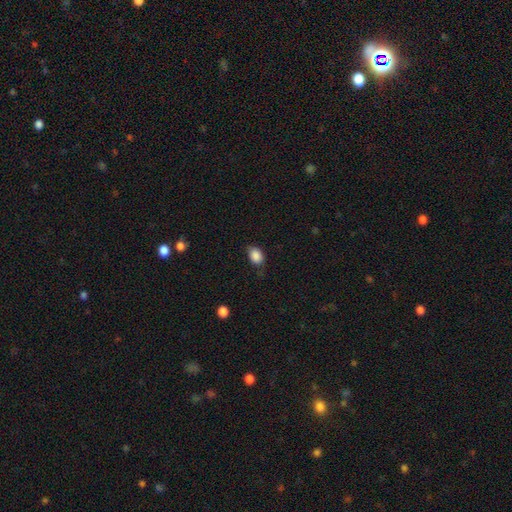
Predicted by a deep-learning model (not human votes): This is clearly a smooth galaxy (88%). How rounded: likely in between (77%). Merging: likely none (70%).